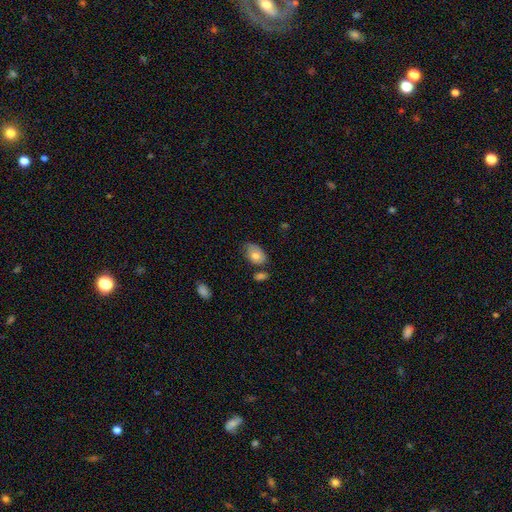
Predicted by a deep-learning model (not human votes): The model was most divided on "merging": none: 50%, minor disturbance: 31%, merger: 10%, major disturbance: 9%. More confident: how rounded — in between (86%); smooth or featured — smooth (70%).